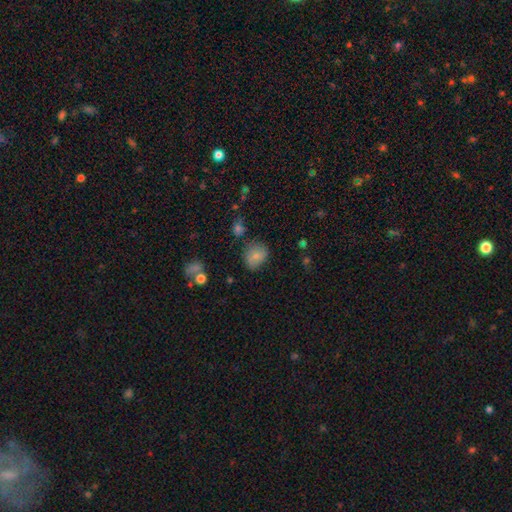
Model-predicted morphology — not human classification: Q: Smooth or featured?
A: smooth (78%); runner-up: featured or disk (11%)
Q: How rounded?
A: round (60%); runner-up: in between (39%)
Q: Merging?
A: none (73%); runner-up: minor disturbance (18%)